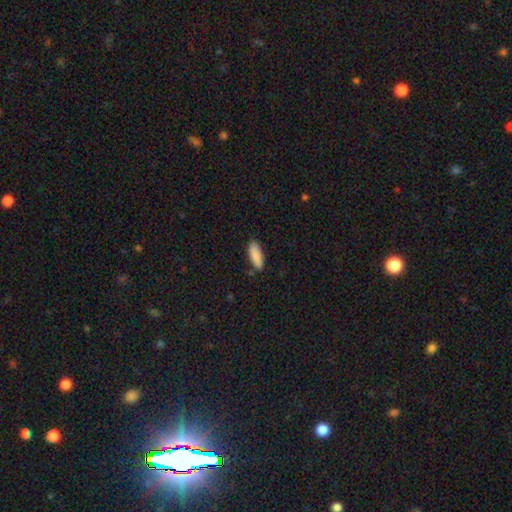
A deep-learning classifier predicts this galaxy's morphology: A smooth galaxy with no disk features (89%) that is in between round and cigar-shaped (69%). Merging: none (85%).